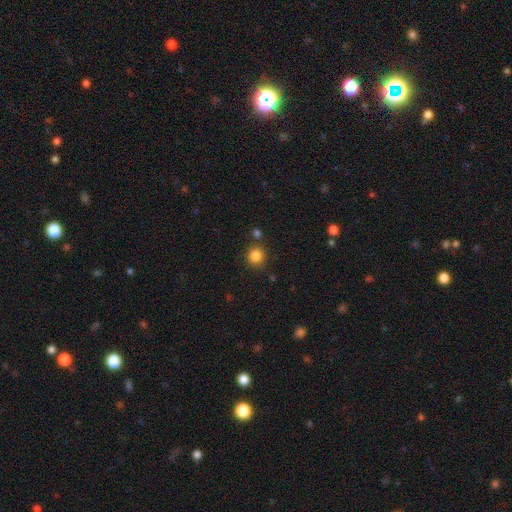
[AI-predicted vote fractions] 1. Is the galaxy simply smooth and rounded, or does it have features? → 84% smooth, 11% star or artifact, 4% featured or disk.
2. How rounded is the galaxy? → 91% round, 8% in between, 1% cigar-shaped.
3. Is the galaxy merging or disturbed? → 83% none, 8% minor disturbance, 6% merger, 3% major disturbance.